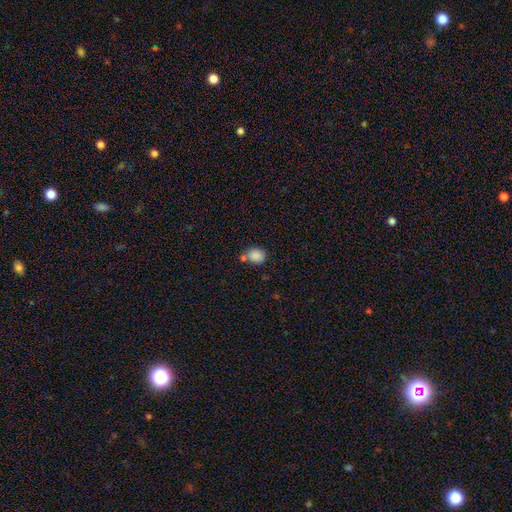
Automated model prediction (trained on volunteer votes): This appears to be a smooth galaxy with no disk features (86%) that is round (60%). Merging: none (57%).